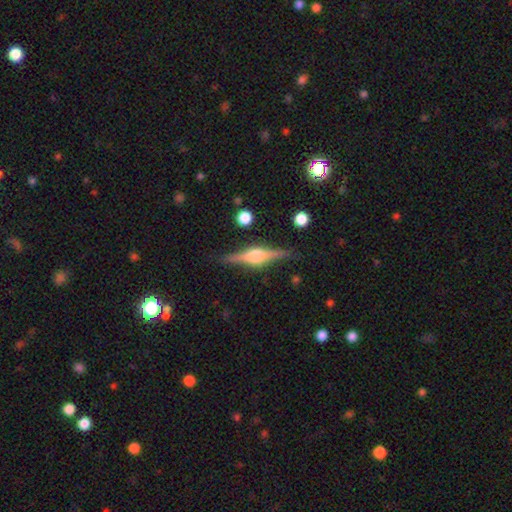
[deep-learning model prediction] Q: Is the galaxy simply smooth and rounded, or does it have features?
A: featured or disk — 81%.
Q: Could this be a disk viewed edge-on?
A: yes — 98%.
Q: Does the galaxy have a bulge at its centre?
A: rounded — 88%.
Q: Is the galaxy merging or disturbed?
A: none — 87%.